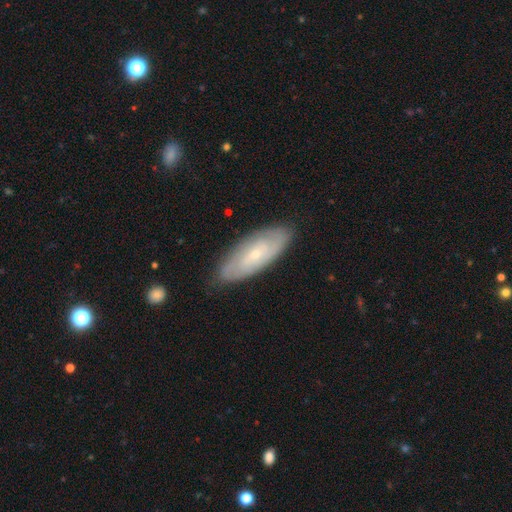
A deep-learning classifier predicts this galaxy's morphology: type=featured or disk (58%); edge-on=no (84%); merging=none (83%).